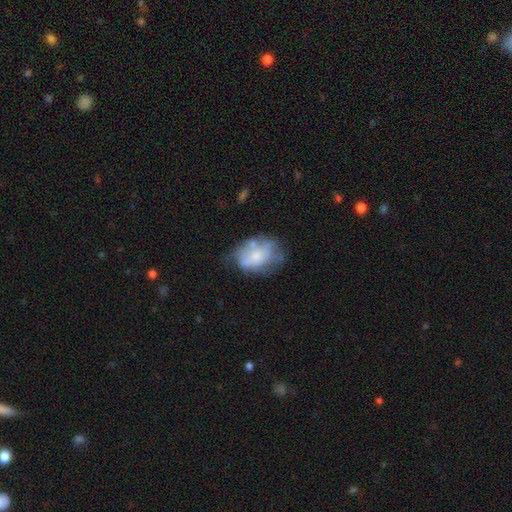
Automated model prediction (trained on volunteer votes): smooth-or-featured: smooth: 48% | featured or disk: 43% | star or artifact: 9%
  merging: none: 39% | minor disturbance: 31% | major disturbance: 21% | merger: 8%